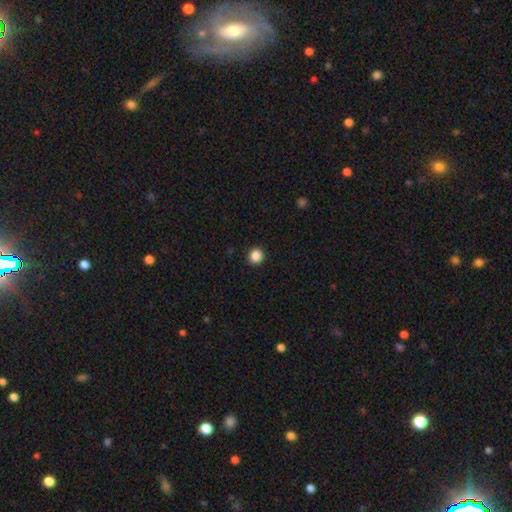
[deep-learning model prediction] Smooth or featured? Predicted: smooth (p=0.86). How rounded? Predicted: round (p=0.91). Merging? Predicted: none (p=0.93).